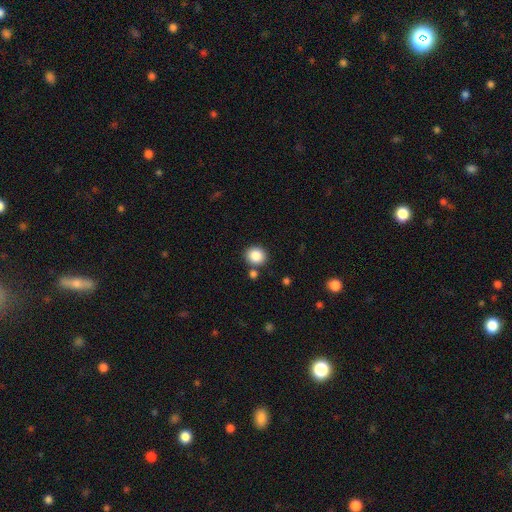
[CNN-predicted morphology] Overall: smooth (86%). How rounded: round (82%). Merging: none (81%).